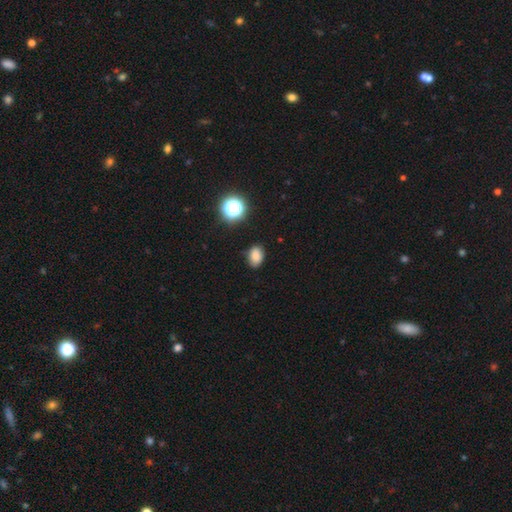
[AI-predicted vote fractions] This is clearly a smooth galaxy (82%). How rounded: likely in between (78%). Merging: clearly none (83%).